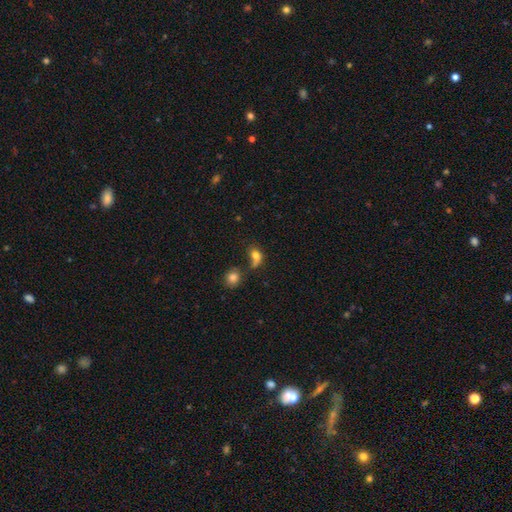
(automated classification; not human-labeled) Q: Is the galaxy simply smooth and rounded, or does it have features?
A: smooth — 73%.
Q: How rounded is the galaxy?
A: in between — 54%.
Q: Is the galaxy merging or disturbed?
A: none — 32%.